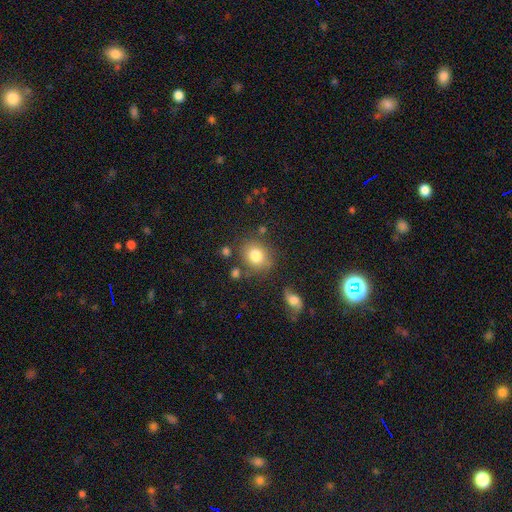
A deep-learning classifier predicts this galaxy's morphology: A smooth galaxy with no disk features (80%) that is round (68%). Merging: none (76%).